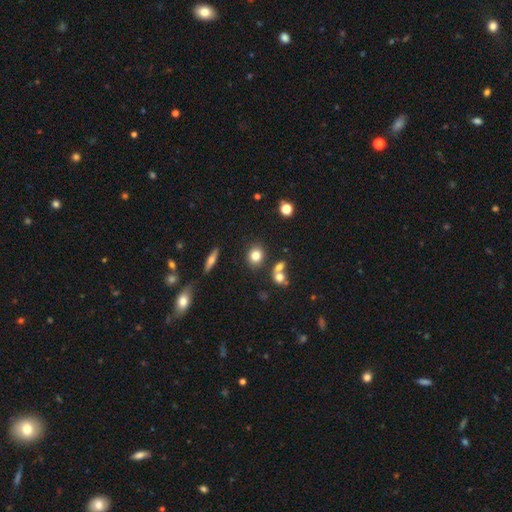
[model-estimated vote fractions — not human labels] smooth 78%, star or artifact 12%, featured or disk 10%. Down the decision tree: how rounded — round (71%); merging — none (77%).